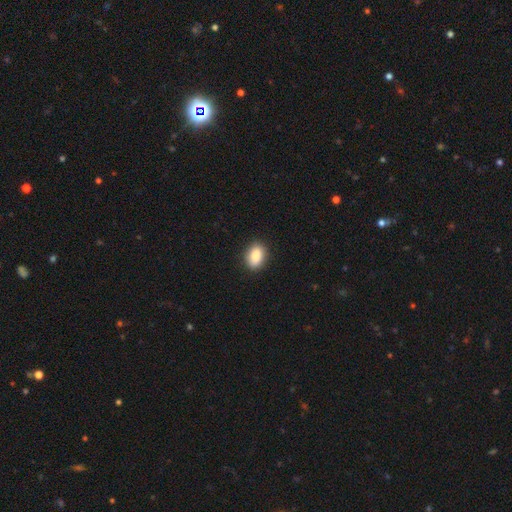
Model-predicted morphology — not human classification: This is clearly a smooth galaxy (85%). How rounded: clearly in between (80%). Merging: clearly none (89%).